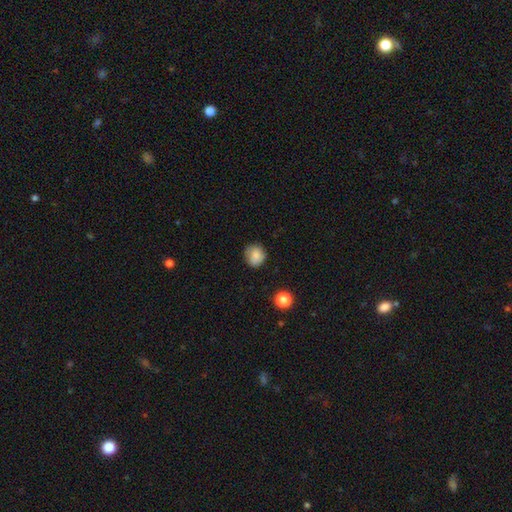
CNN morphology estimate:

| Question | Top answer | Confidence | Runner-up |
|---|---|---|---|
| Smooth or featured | smooth | 84% | star or artifact (9%) |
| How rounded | round | 80% | in between (19%) |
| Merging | none | 78% | minor disturbance (17%) |